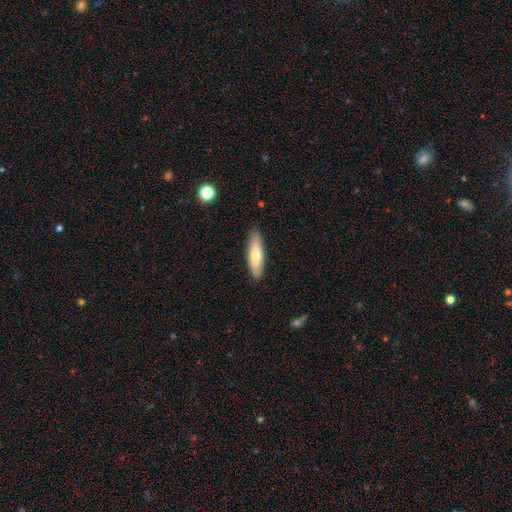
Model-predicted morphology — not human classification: smooth-or-featured: smooth: 68% | featured or disk: 26% | star or artifact: 6%
  how-rounded: cigar-shaped: 64% | in between: 35% | round: 2%
  merging: none: 88% | minor disturbance: 9% | major disturbance: 2% | merger: 1%